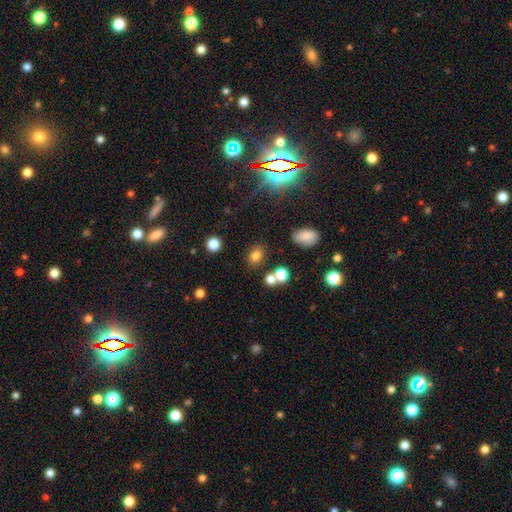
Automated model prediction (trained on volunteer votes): smooth_or_featured: smooth (p=0.77) [alt: star or artifact p=0.16]
how_rounded: in between (p=0.59) [alt: round p=0.39]
merging: none (p=0.76) [alt: minor disturbance p=0.11]